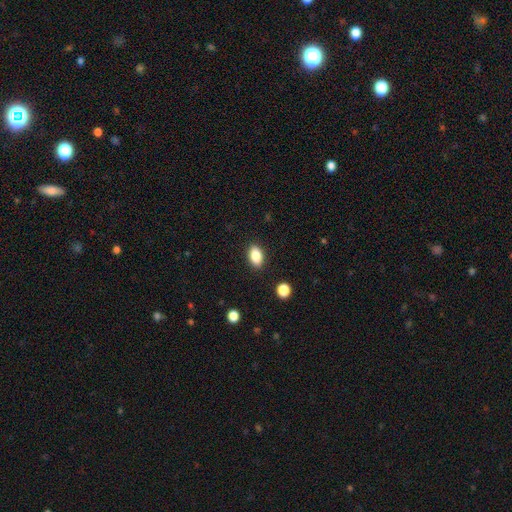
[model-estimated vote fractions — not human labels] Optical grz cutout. It shows a smooth galaxy with no disk features (86%) that is in between round and cigar-shaped (88%). Merging: none (88%).